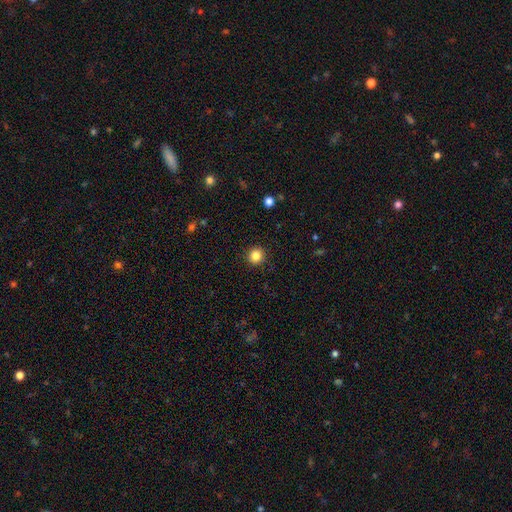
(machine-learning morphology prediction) A smooth galaxy with no disk features (84%) that is round (94%). Merging: none (92%).